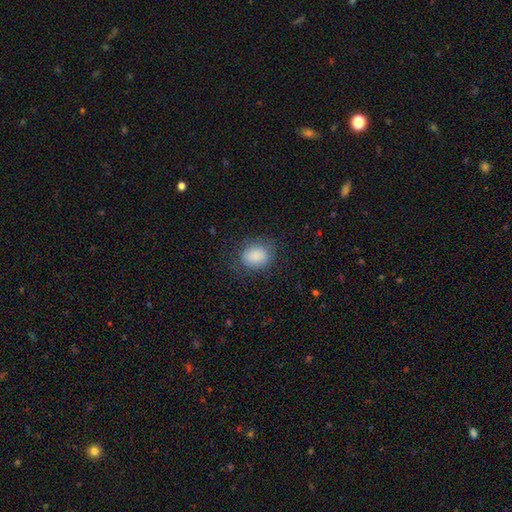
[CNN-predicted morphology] Smooth or featured? smooth (86%)
How rounded? round (52%)
Merging? none (76%)